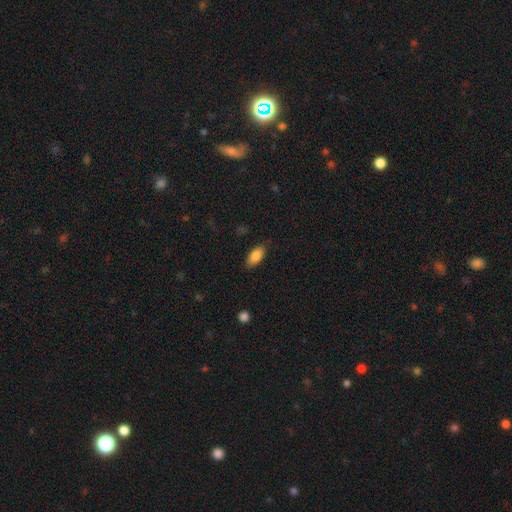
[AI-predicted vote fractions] smooth_or_featured: smooth (p=0.85) [alt: featured or disk p=0.08]
how_rounded: in between (p=0.90) [alt: cigar-shaped p=0.08]
merging: none (p=0.83) [alt: minor disturbance p=0.13]